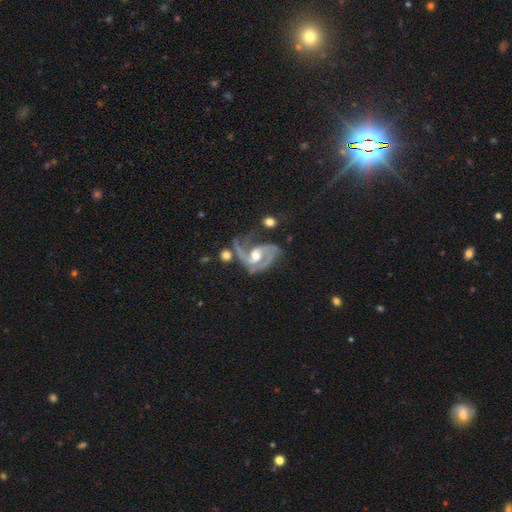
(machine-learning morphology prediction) Smooth or featured? Predicted: featured or disk (p=0.88). Edge-on disk? Predicted: no (p=0.98). Bar? Predicted: weak (p=0.42, tied with no). Spiral arms? Predicted: yes (p=0.96). Spiral winding? Predicted: medium (p=0.54). Spiral arm count? Predicted: 2 (p=0.63). Bulge size? Predicted: moderate (p=0.70). Merging? Predicted: none (p=0.37).